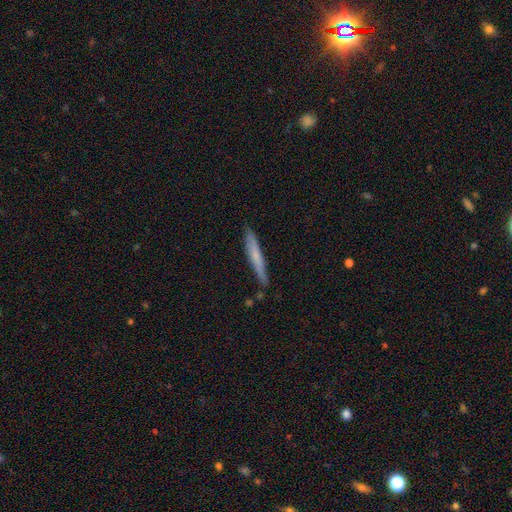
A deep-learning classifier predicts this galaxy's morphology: The model was most divided on "smooth or featured": smooth: 57%, featured or disk: 37%, star or artifact: 6%. More confident: how rounded — cigar-shaped (95%); merging — none (81%).